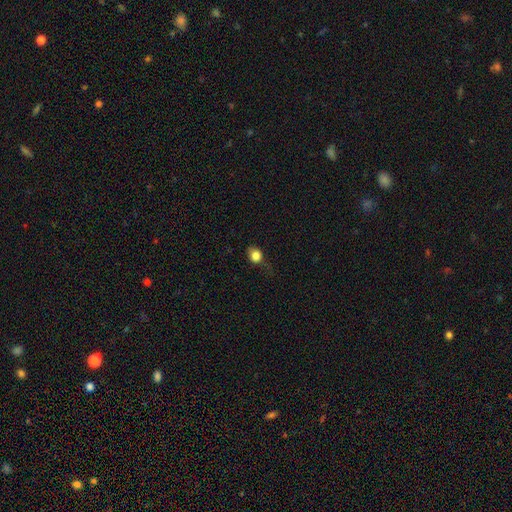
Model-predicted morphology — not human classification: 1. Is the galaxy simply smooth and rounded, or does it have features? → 82% smooth, 10% star or artifact, 7% featured or disk.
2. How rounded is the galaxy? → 64% round, 35% in between, 1% cigar-shaped.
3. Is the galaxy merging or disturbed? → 59% none, 28% minor disturbance, 11% major disturbance, 2% merger.